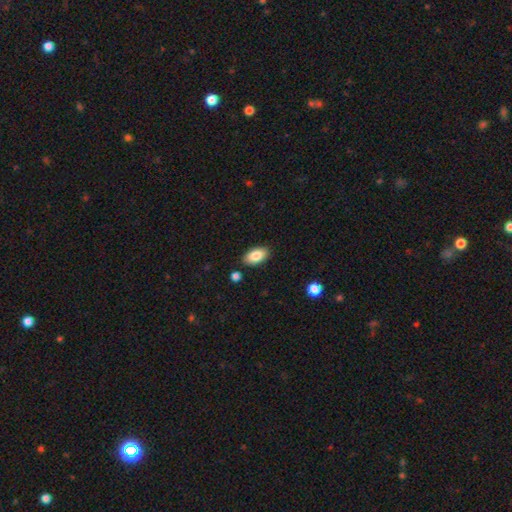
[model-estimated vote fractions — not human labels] Smooth or featured?
  - smooth: 85% *
  - featured or disk: 8%
  - star or artifact: 7%
How rounded?
  - in between: 94% *
  - round: 3%
  - cigar-shaped: 2%
Merging?
  - none: 86% *
  - minor disturbance: 9%
  - merger: 3%
  - major disturbance: 2%